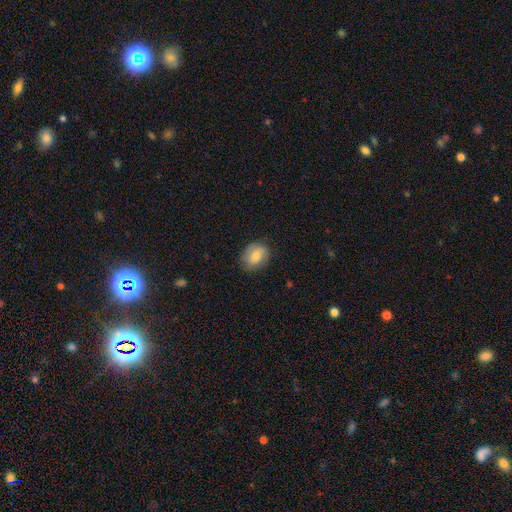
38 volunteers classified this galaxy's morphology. Smooth or featured: smooth — 74% (featured or disk — 24%)
How rounded: in between — 61% (round — 39%)
Merging: none — 81% (minor disturbance — 16%)